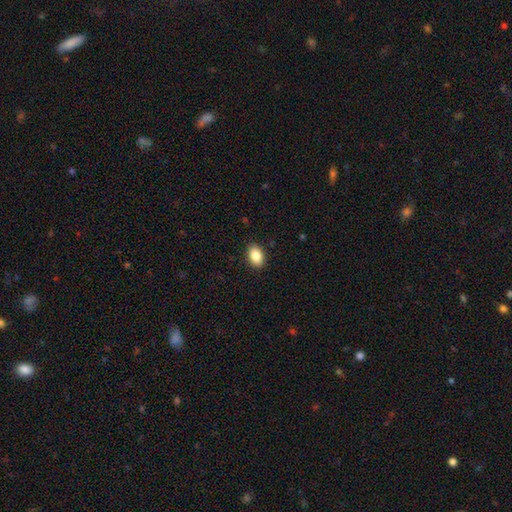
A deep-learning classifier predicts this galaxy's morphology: Q: Smooth or featured?
A: smooth (87%); runner-up: star or artifact (8%)
Q: How rounded?
A: in between (88%); runner-up: round (11%)
Q: Merging?
A: none (90%); runner-up: minor disturbance (8%)